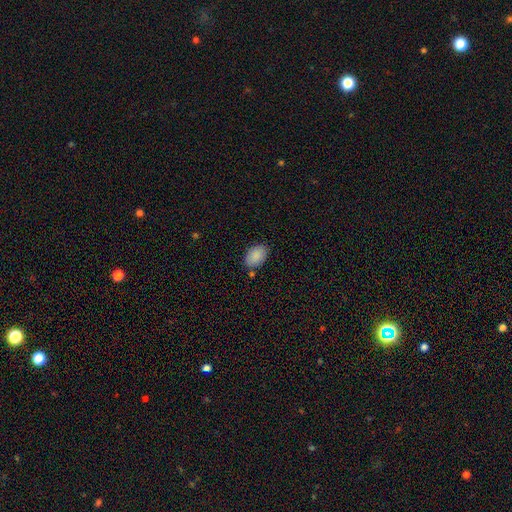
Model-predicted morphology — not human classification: smooth_or_featured: smooth (p=0.89) [alt: star or artifact p=0.07]
how_rounded: in between (p=0.89) [alt: round p=0.10]
merging: none (p=0.80) [alt: minor disturbance p=0.14]